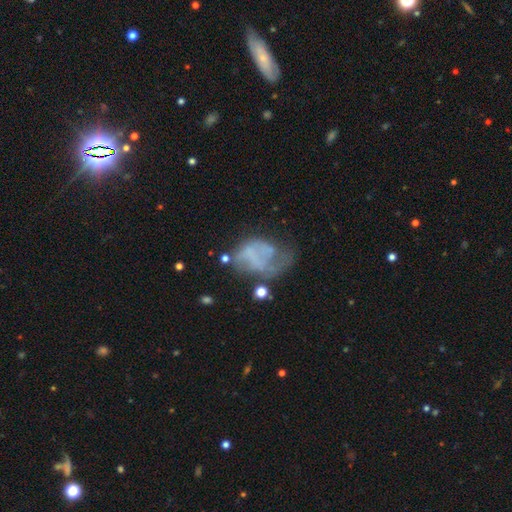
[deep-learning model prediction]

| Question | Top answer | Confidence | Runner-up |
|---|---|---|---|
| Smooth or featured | featured or disk | 55% | smooth (33%) |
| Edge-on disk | no | 98% | yes (2%) |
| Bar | no | 81% | weak (14%) |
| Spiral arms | no | 67% | yes (33%) |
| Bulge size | none | 80% | small (10%) |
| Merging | major disturbance | 43% | none (26%) |